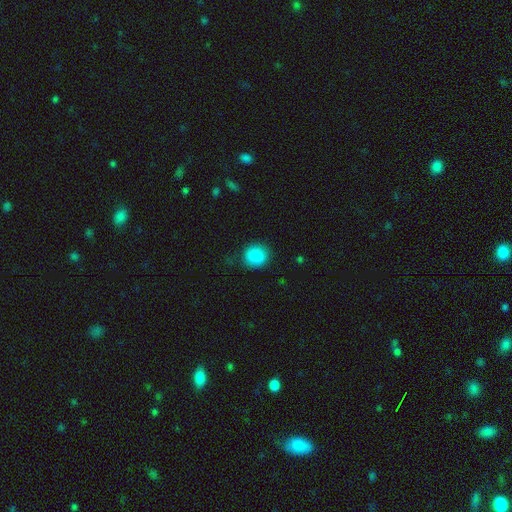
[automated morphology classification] Smooth or featured: smooth — 88% (star or artifact — 8%)
How rounded: round — 81% (in between — 18%)
Merging: none — 84% (minor disturbance — 12%)